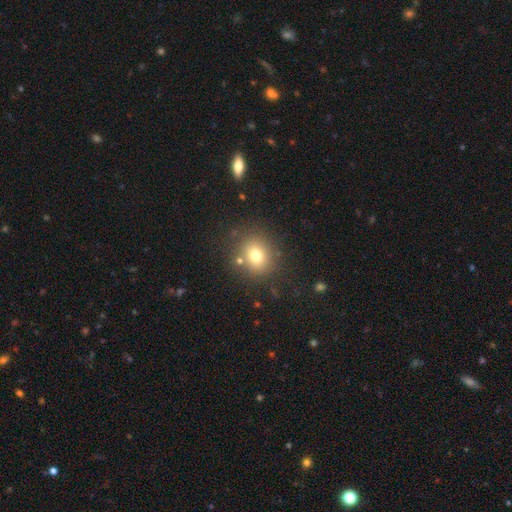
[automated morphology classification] Smooth or featured? smooth (75%)
How rounded? round (70%)
Merging? none (79%)